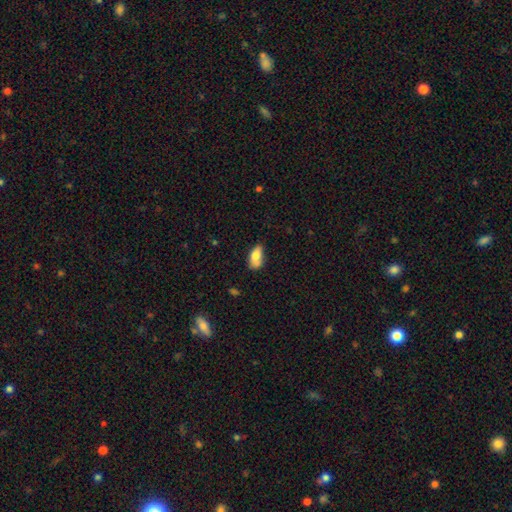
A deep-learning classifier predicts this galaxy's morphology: Q: Smooth or featured?
A: smooth (74%); runner-up: featured or disk (18%)
Q: How rounded?
A: in between (88%); runner-up: cigar-shaped (7%)
Q: Merging?
A: none (40%); runner-up: minor disturbance (32%)